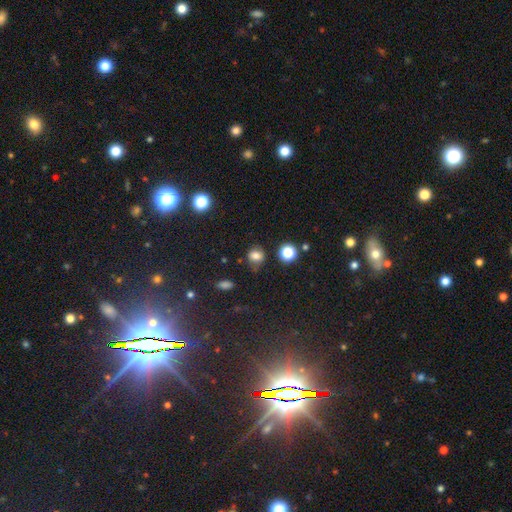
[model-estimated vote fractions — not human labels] Q: Smooth or featured?
A: smooth (76%); runner-up: star or artifact (16%)
Q: How rounded?
A: round (68%); runner-up: in between (31%)
Q: Merging?
A: none (69%); runner-up: minor disturbance (20%)